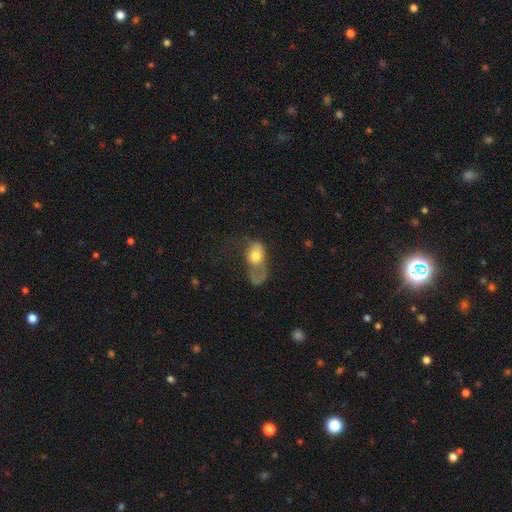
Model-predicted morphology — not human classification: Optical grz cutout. It shows a smooth galaxy with no disk features (67%) that is in between round and cigar-shaped (73%). Merging: major disturbance (61%).